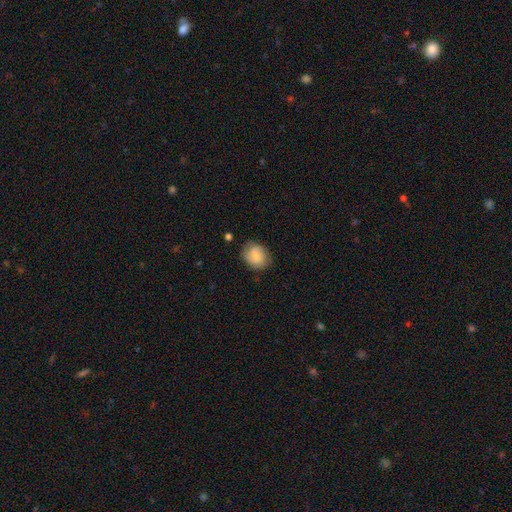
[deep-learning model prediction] This appears to be a smooth galaxy with no disk features (70%) that is round (50%). Merging: none (74%).